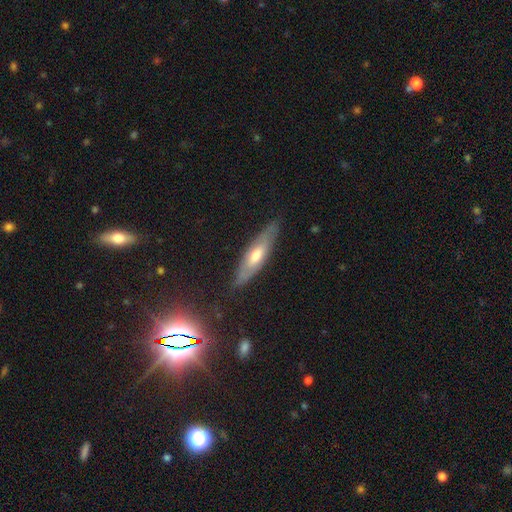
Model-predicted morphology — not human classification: smooth_or_featured: featured or disk (p=0.52) [alt: smooth p=0.38]
disk_edge_on: yes (p=0.66) [alt: no p=0.34]
merging: none (p=0.81) [alt: minor disturbance p=0.15]